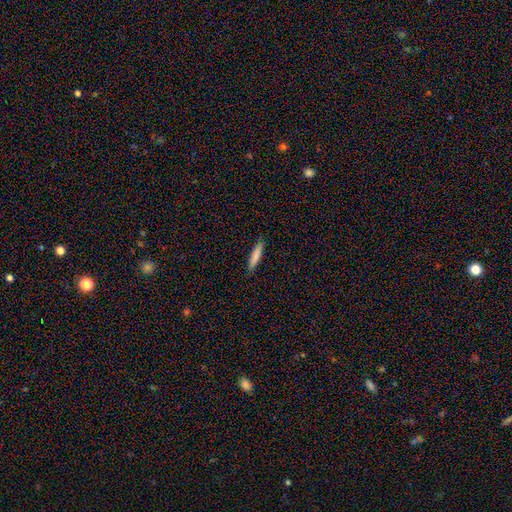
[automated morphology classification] smooth-or-featured: smooth: 82% | featured or disk: 12% | star or artifact: 6%
  how-rounded: cigar-shaped: 87% | in between: 11% | round: 1%
  merging: none: 89% | minor disturbance: 8% | major disturbance: 2% | merger: 1%